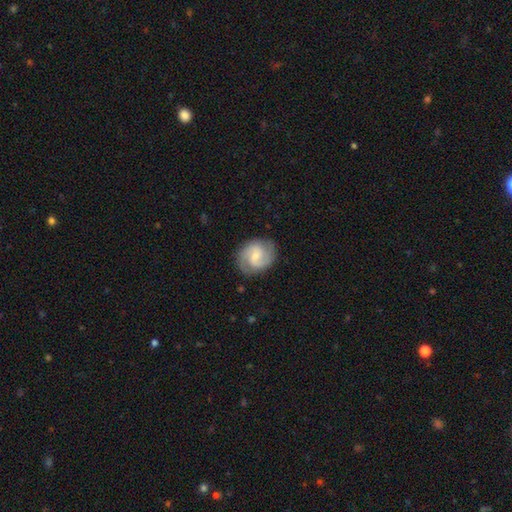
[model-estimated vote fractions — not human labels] Smooth or featured? Predicted: featured or disk (p=0.72). Edge-on disk? Predicted: no (p=0.98). Bar? Predicted: weak (p=0.56). Spiral arms? Predicted: yes (p=0.94). Spiral winding? Predicted: medium (p=0.50). Spiral arm count? Predicted: 2 (p=0.84). Bulge size? Predicted: small (p=0.55). Merging? Predicted: none (p=0.80).